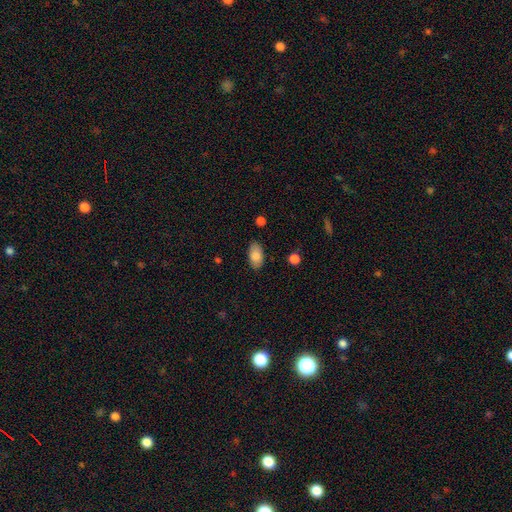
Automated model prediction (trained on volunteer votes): Smooth or featured: smooth — 85% (featured or disk — 8%)
How rounded: in between — 94% (round — 4%)
Merging: none — 84% (minor disturbance — 12%)